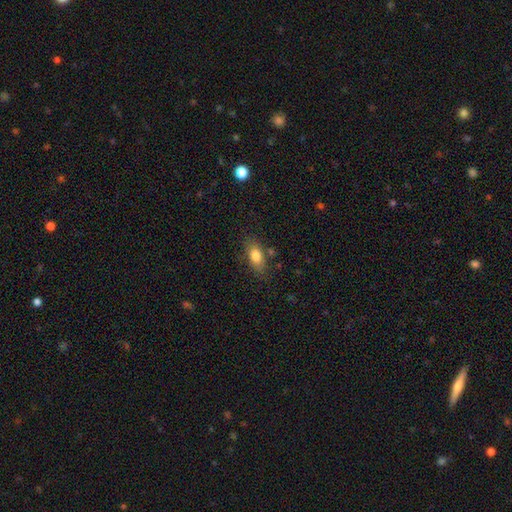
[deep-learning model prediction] smooth_or_featured: smooth (p=0.79) [alt: featured or disk p=0.13]
how_rounded: in between (p=0.85) [alt: cigar-shaped p=0.09]
merging: none (p=0.75) [alt: minor disturbance p=0.16]